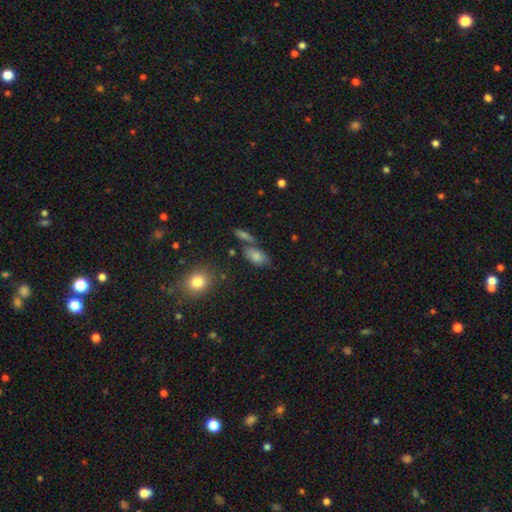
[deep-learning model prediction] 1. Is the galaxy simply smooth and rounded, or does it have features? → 71% smooth, 16% featured or disk, 14% star or artifact.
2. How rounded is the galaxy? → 85% in between, 9% round, 7% cigar-shaped.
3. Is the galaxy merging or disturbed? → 61% none, 18% merger, 16% minor disturbance, 6% major disturbance.